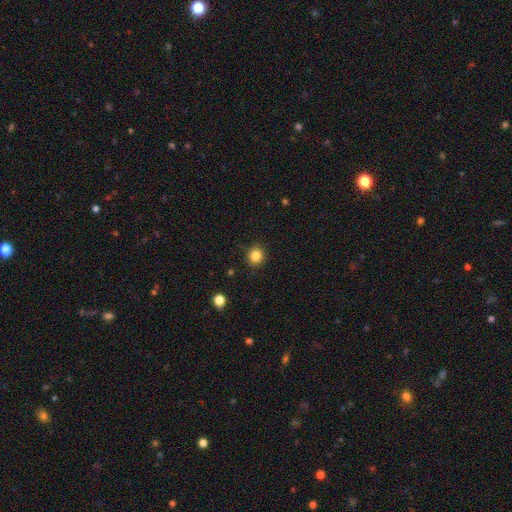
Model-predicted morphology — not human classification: The model was most divided on "how rounded": round: 82%, in between: 17%, cigar-shaped: 1%. More confident: merging — none (88%); smooth or featured — smooth (84%).